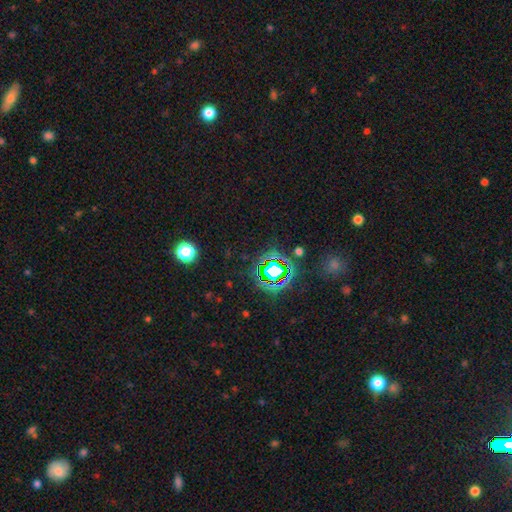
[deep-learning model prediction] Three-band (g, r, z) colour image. It shows a star or artifact, not a galaxy (78%).